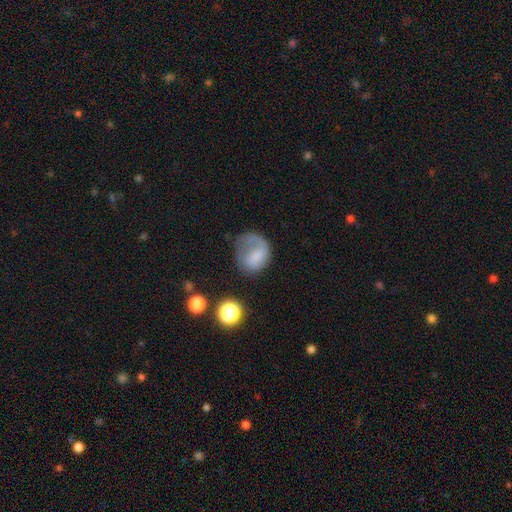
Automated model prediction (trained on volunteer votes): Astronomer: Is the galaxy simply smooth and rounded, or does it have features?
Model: smooth — 59%.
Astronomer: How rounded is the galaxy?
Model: round — 53% (runner-up: in between, 45%).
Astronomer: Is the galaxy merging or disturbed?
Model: major disturbance — 39% (runner-up: none, 33%).